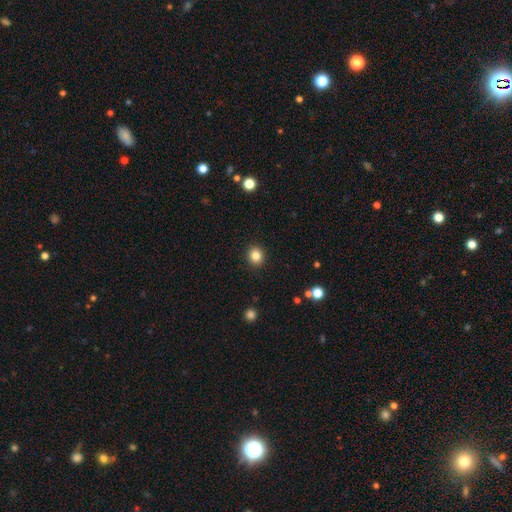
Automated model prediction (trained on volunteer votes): Smooth or featured? smooth (83%)
How rounded? round (84%)
Merging? none (91%)